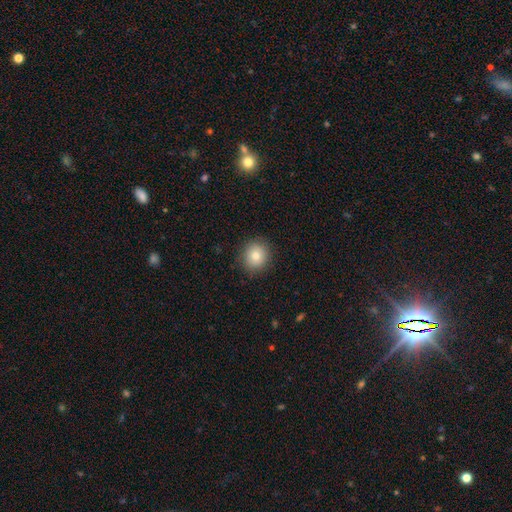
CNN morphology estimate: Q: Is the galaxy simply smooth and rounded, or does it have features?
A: smooth — 81%.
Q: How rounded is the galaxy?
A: round — 86%.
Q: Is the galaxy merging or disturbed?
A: none — 89%.